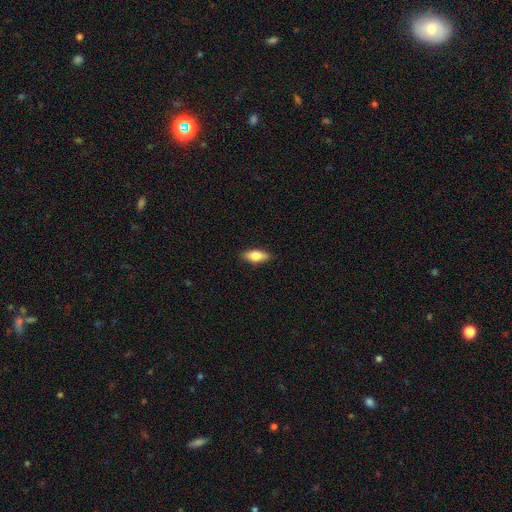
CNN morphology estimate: This is likely a smooth galaxy (72%). How rounded: likely in between (78%). Merging: clearly none (88%).